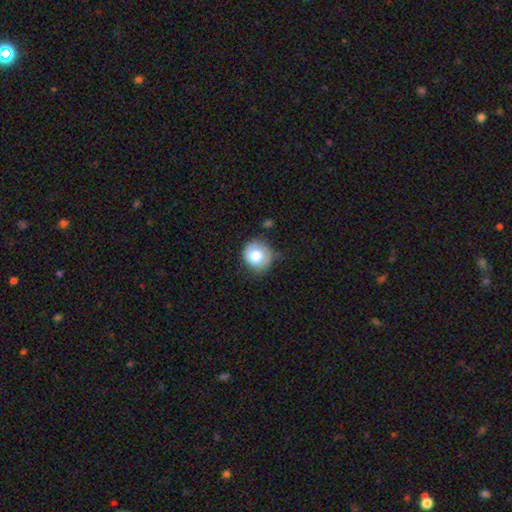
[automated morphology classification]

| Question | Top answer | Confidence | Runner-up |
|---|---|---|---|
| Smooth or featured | smooth | 77% | featured or disk (16%) |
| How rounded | round | 86% | in between (13%) |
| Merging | none | 58% | minor disturbance (30%) |